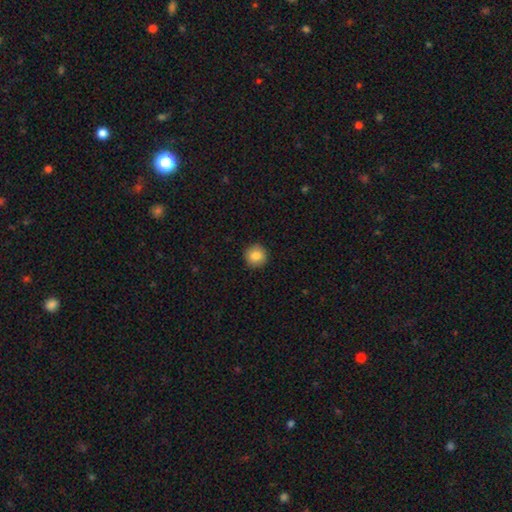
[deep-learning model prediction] Smooth or featured?
  - smooth: 86% *
  - star or artifact: 9%
  - featured or disk: 6%
How rounded?
  - round: 94% *
  - in between: 5%
  - cigar-shaped: 1%
Merging?
  - none: 92% *
  - minor disturbance: 5%
  - major disturbance: 2%
  - merger: 1%